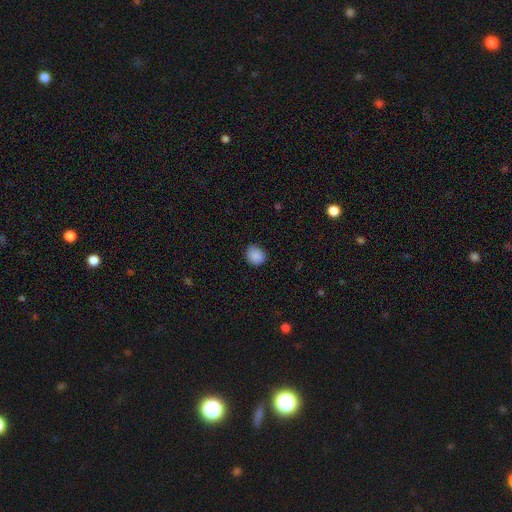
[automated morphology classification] A smooth galaxy with no disk features (88%) that is round (71%). Merging: none (80%).